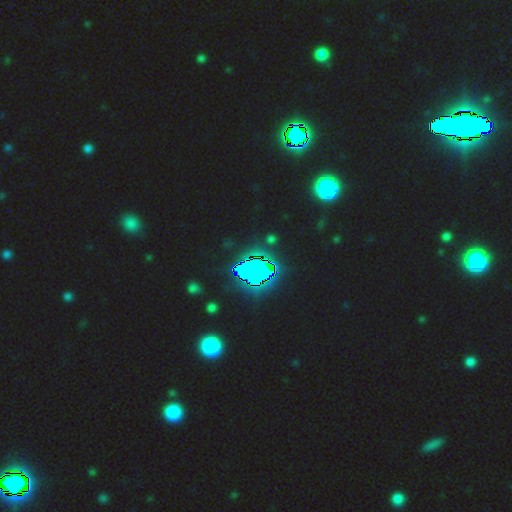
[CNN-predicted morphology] Smooth or featured? star or artifact (79%)